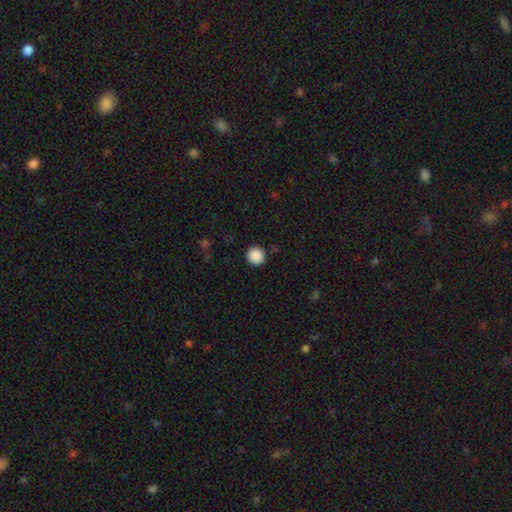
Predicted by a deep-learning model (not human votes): smooth 89%, star or artifact 9%, featured or disk 2%. Down the decision tree: how rounded — round (93%); merging — none (91%).